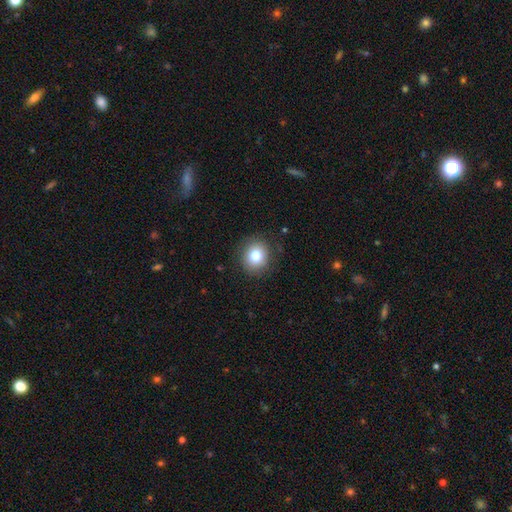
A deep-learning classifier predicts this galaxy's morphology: Smooth or featured? smooth (79%)
How rounded? round (81%)
Merging? none (87%)